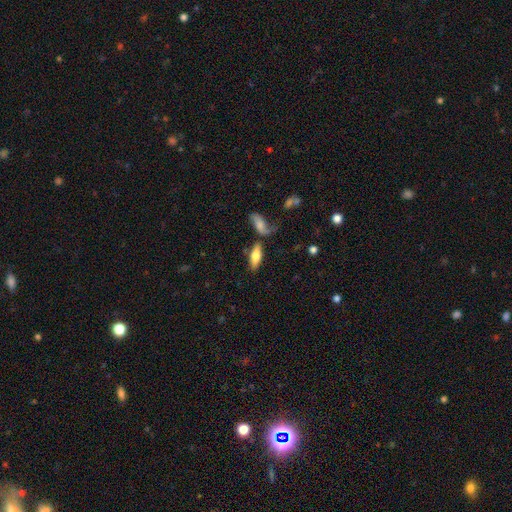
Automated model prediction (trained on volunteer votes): smooth-or-featured: smooth: 65% | featured or disk: 28% | star or artifact: 7%
  how-rounded: in between: 71% | cigar-shaped: 26% | round: 3%
  merging: none: 63% | merger: 16% | minor disturbance: 15% | major disturbance: 7%